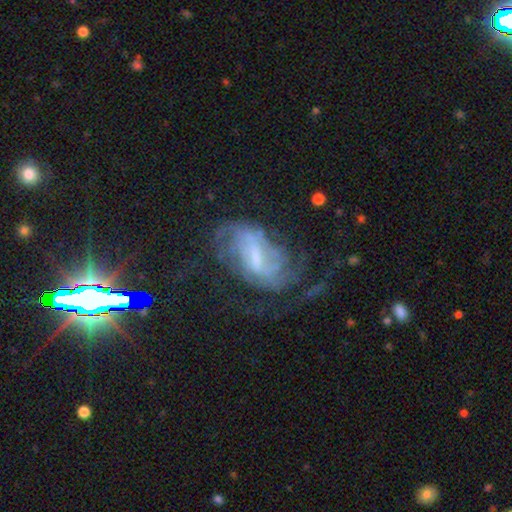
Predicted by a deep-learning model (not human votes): The model was most divided on "spiral arm count": 2: 42%, can't tell: 31%, 3: 11%, 1: 6%, 4: 5%, more than 4: 5%. Remaining: edge-on disk — no (96%); spiral arms — yes (90%); smooth or featured — featured or disk (79%); bar — weak (52%); merging — none (49%); bulge size — small (47%); spiral winding — medium (43%).